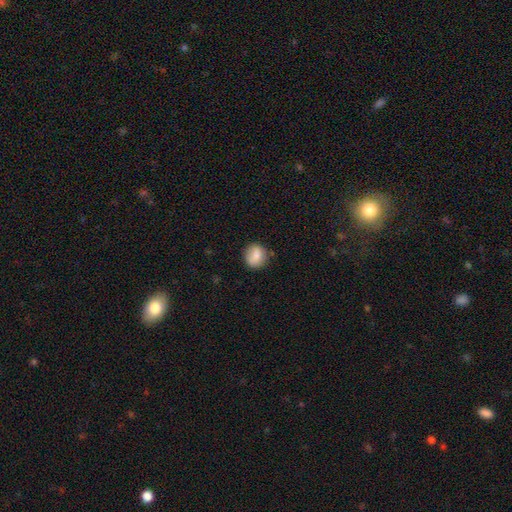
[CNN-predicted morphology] smooth-or-featured: smooth: 81% | featured or disk: 10% | star or artifact: 8%
  how-rounded: round: 86% | in between: 13% | cigar-shaped: 1%
  merging: none: 80% | minor disturbance: 15% | major disturbance: 3% | merger: 2%